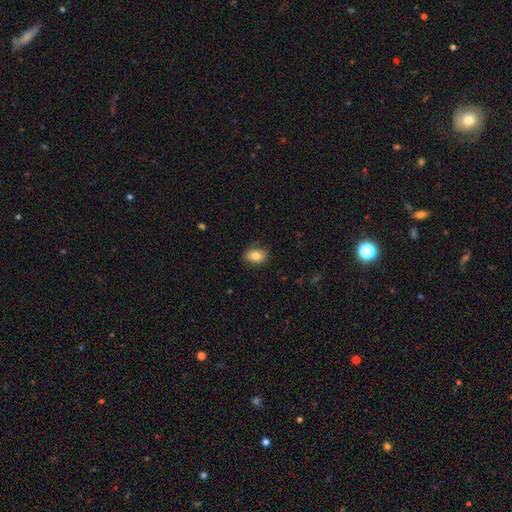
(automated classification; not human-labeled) Smooth or featured?
  - smooth: 81% *
  - featured or disk: 11%
  - star or artifact: 8%
How rounded?
  - in between: 80% *
  - round: 18%
  - cigar-shaped: 1%
Merging?
  - none: 85% *
  - minor disturbance: 12%
  - major disturbance: 2%
  - merger: 1%